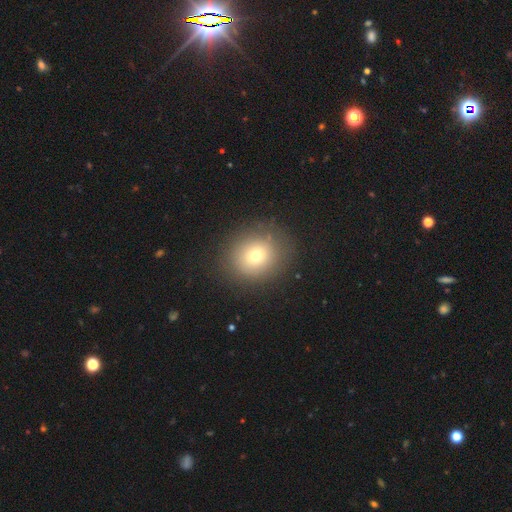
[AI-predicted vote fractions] This appears to be a smooth galaxy with no disk features (73%) that is round (76%). Merging: none (85%).